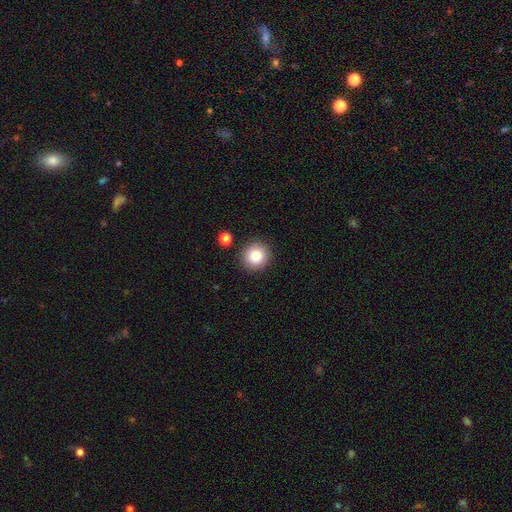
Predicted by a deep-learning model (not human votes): smooth 83%, star or artifact 10%, featured or disk 7%. Down the decision tree: how rounded — round (94%); merging — none (88%).